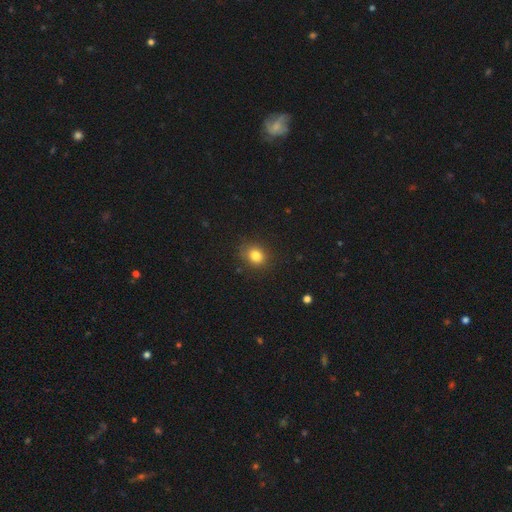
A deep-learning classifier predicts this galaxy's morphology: This is clearly a smooth galaxy (82%). How rounded: likely round (63%). Merging: clearly none (81%).